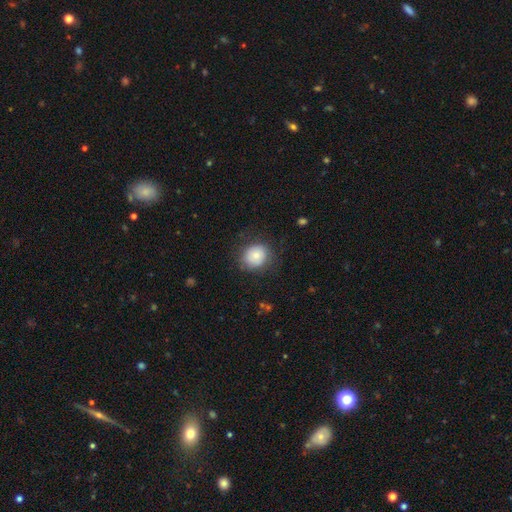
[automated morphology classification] Smooth or featured: smooth — 78% (featured or disk — 13%)
How rounded: round — 82% (in between — 17%)
Merging: none — 78% (minor disturbance — 15%)